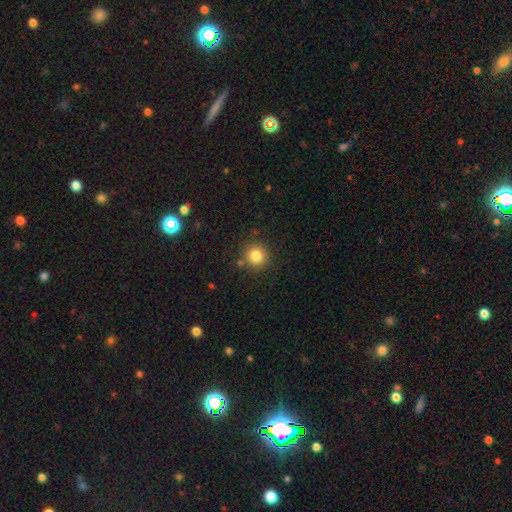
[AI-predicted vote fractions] A smooth galaxy with no disk features (82%) that is round (93%).

Vote fractions:
- Smooth or featured? smooth: 82% / star or artifact: 12% / featured or disk: 6%
- How rounded? round: 93% / in between: 6% / cigar-shaped: 1%
- Merging? none: 86% / minor disturbance: 8% / merger: 4% / major disturbance: 3%